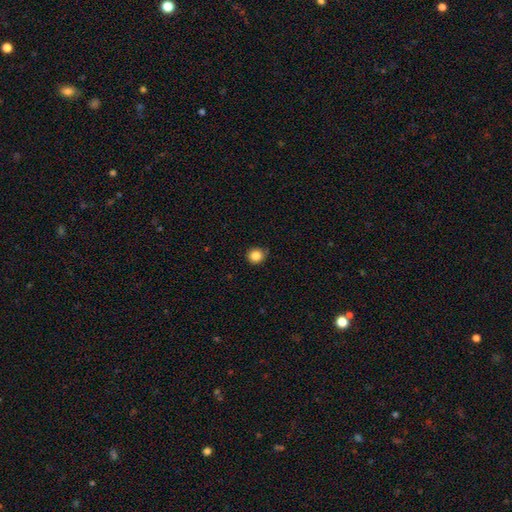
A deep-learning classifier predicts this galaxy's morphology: Overall: smooth (85%). How rounded: round (90%). Merging: none (84%).